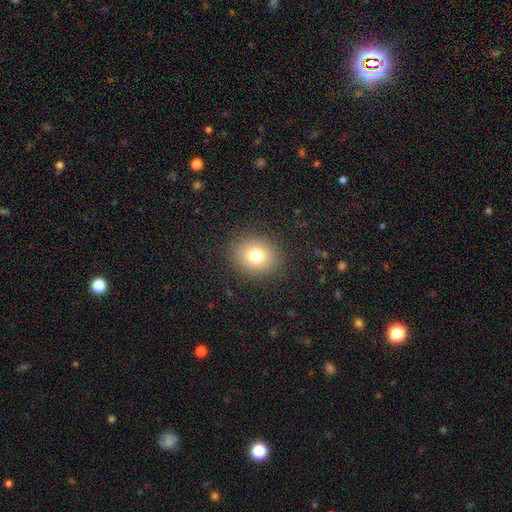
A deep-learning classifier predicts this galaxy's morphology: type=smooth (78%); roundness=round (67%); merging=none (88%).